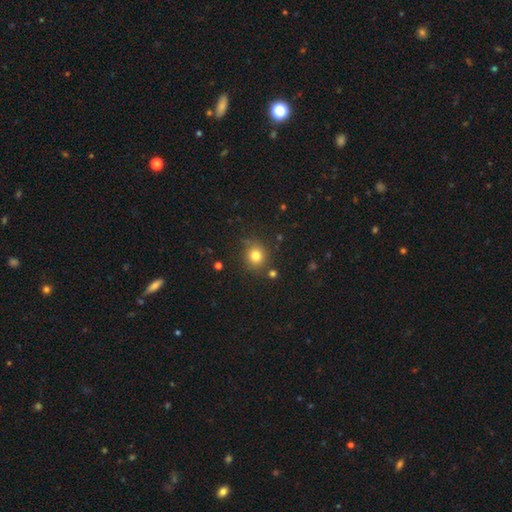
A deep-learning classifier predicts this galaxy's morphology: Smooth or featured? Predicted: smooth (p=0.79). How rounded? Predicted: round (p=0.83). Merging? Predicted: none (p=0.79).